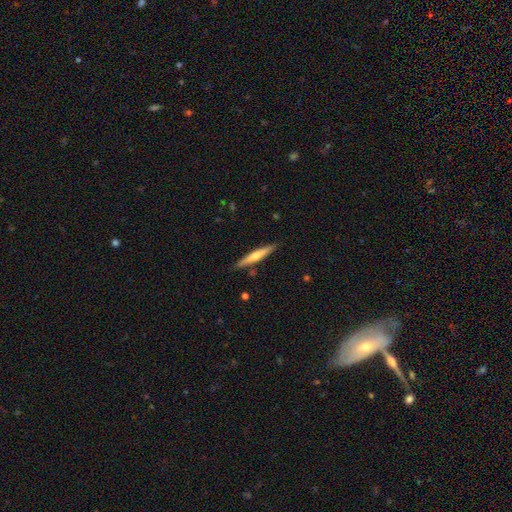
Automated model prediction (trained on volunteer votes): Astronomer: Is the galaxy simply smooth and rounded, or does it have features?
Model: smooth — 48% (runner-up: featured or disk, 47%).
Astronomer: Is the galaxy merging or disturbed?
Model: none — 88%.